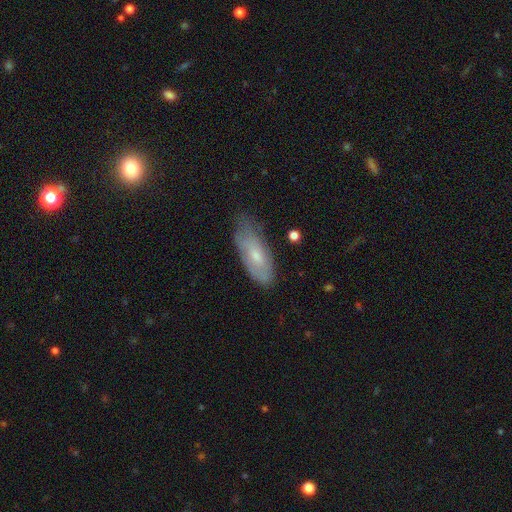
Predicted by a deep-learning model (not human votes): Overall: smooth (57%; featured or disk 36%). How rounded: in between (75%). Merging: none (61%; minor disturbance 30%).